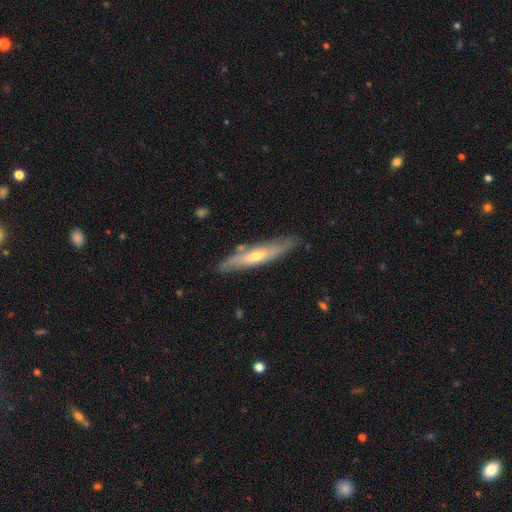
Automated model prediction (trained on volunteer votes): The model was most divided on "smooth or featured": featured or disk: 57%, smooth: 37%, star or artifact: 5%. More confident: merging — none (79%); edge-on disk — yes (70%).